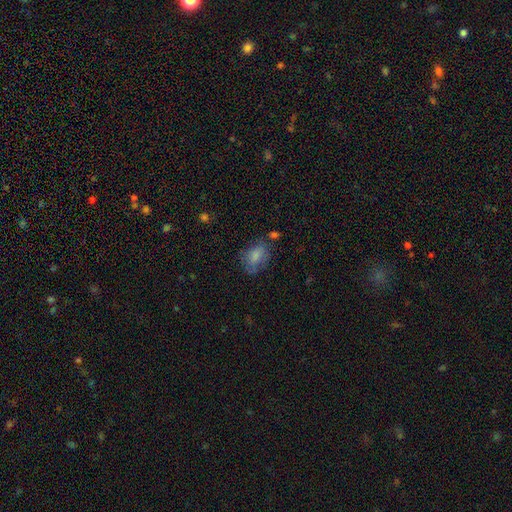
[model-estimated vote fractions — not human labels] A smooth galaxy with no disk features (76%) that is in between round and cigar-shaped (79%). Merging: none (57%).